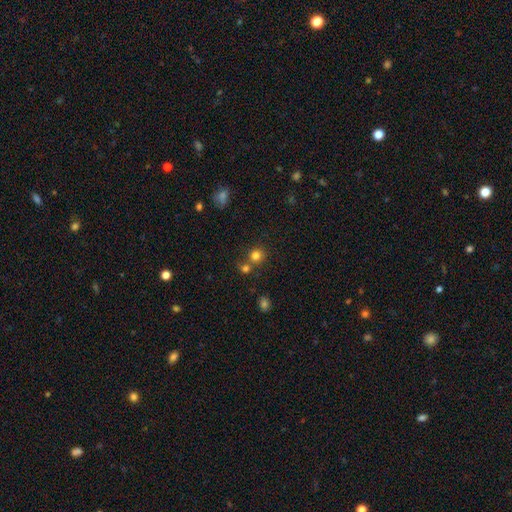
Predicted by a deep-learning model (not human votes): smooth_or_featured: smooth (p=0.79) [alt: star or artifact p=0.15]
how_rounded: round (p=0.88) [alt: in between p=0.11]
merging: none (p=0.63) [alt: merger p=0.27]